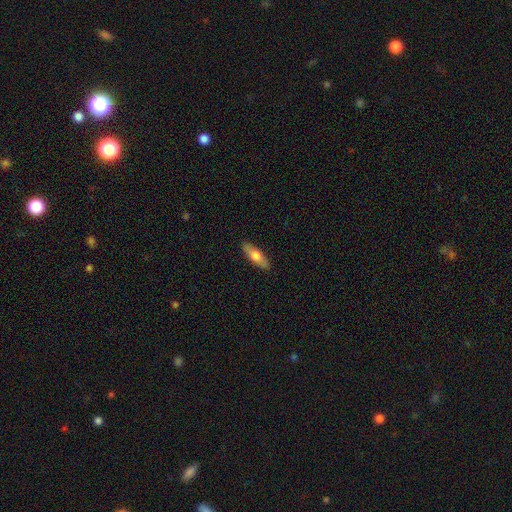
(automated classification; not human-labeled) The model was most divided on "how rounded": in between: 54%, cigar-shaped: 44%, round: 2%. More confident: merging — none (89%); smooth or featured — smooth (67%).